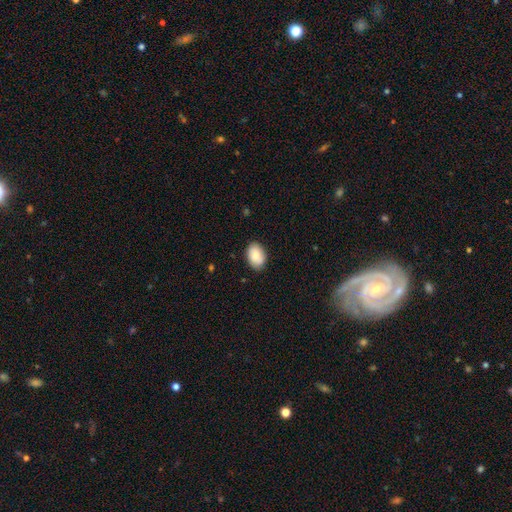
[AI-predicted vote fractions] smooth_or_featured: smooth (p=0.84) [alt: featured or disk p=0.09]
how_rounded: in between (p=0.85) [alt: round p=0.14]
merging: none (p=0.84) [alt: minor disturbance p=0.13]